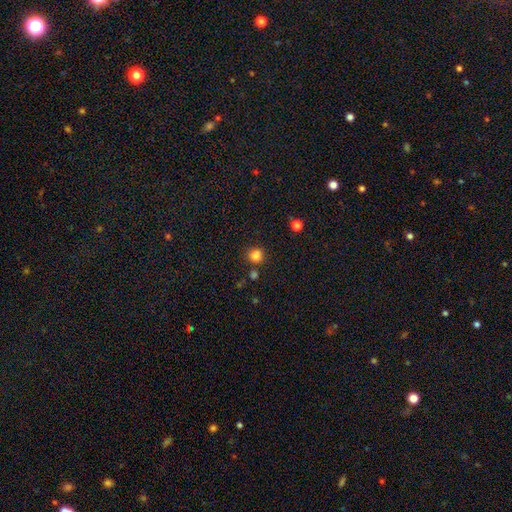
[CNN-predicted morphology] Q: Smooth or featured?
A: smooth (82%); runner-up: star or artifact (14%)
Q: How rounded?
A: round (89%); runner-up: in between (10%)
Q: Merging?
A: none (78%); runner-up: minor disturbance (11%)